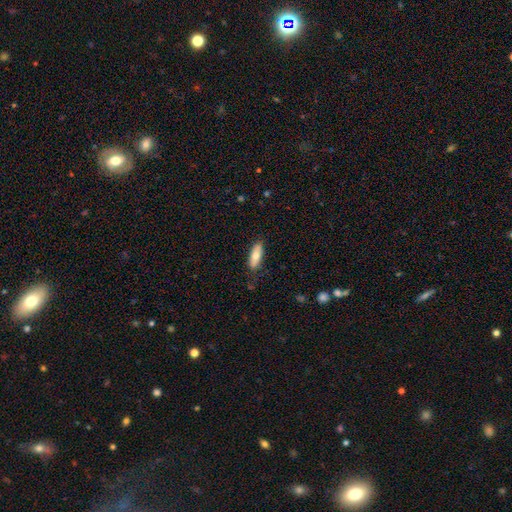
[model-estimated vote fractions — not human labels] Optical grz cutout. It shows a smooth galaxy with no disk features (71%) that is in between round and cigar-shaped (67%). Merging: none (81%).